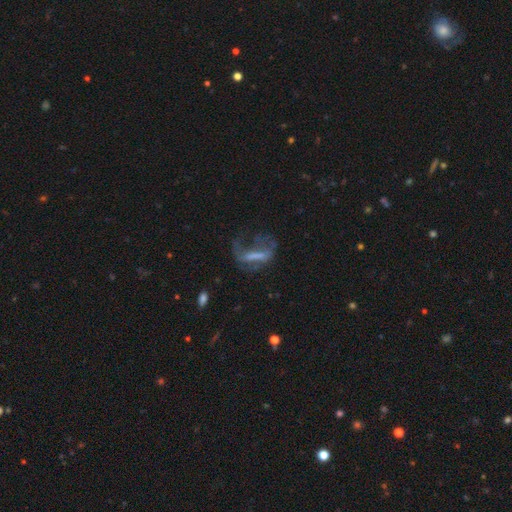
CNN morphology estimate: smooth-or-featured: featured or disk: 54% | smooth: 32% | star or artifact: 14%
  disk-edge-on: no: 87% | yes: 13%
  merging: major disturbance: 50% | none: 28% | minor disturbance: 17% | merger: 5%